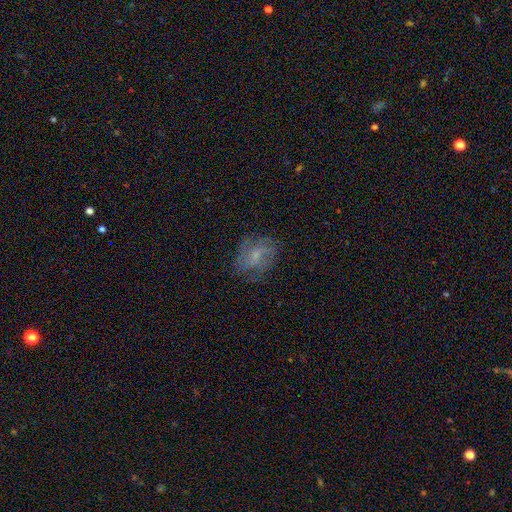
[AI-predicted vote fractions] Smooth or featured: smooth — 47% (featured or disk — 43%)
Merging: none — 62% (minor disturbance — 22%)